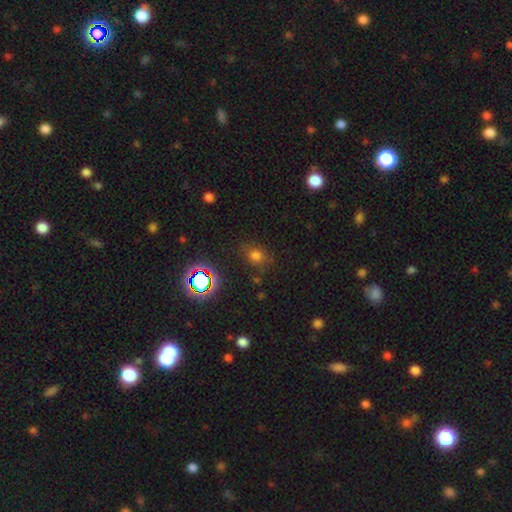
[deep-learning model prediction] Smooth or featured? Predicted: smooth (p=0.65). How rounded? Predicted: round (p=0.57). Merging? Predicted: none (p=0.74).